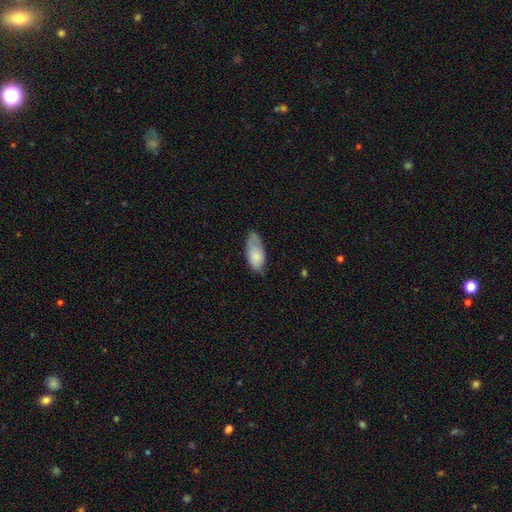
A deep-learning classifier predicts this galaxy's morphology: The model was most divided on "merging": none: 50%, minor disturbance: 37%, major disturbance: 11%, merger: 2%. More confident: how rounded — in between (89%); smooth or featured — smooth (77%).